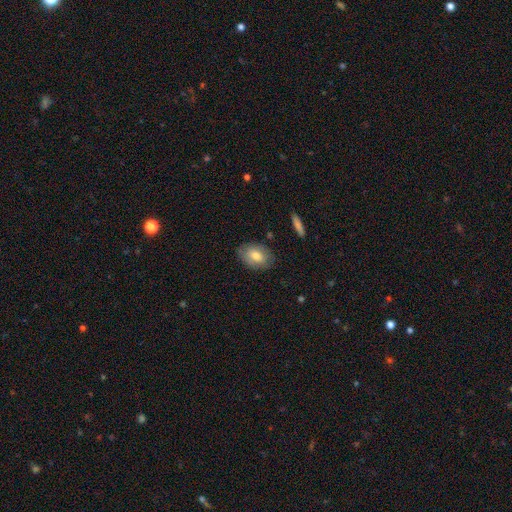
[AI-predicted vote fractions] Smooth or featured? Predicted: smooth (p=0.72). How rounded? Predicted: in between (p=0.83). Merging? Predicted: none (p=0.80).